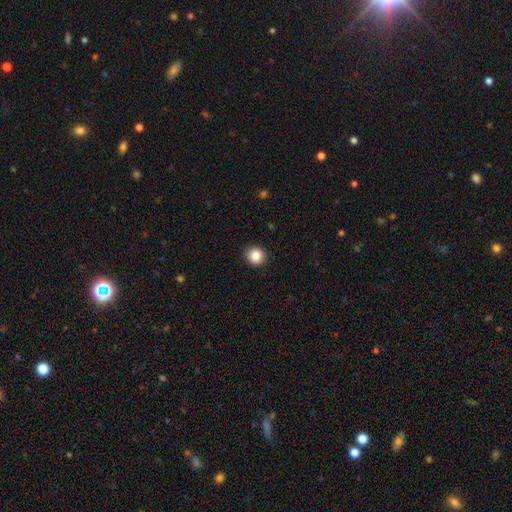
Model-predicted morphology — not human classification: A smooth galaxy with no disk features (86%) that is round (88%). Merging: none (92%).